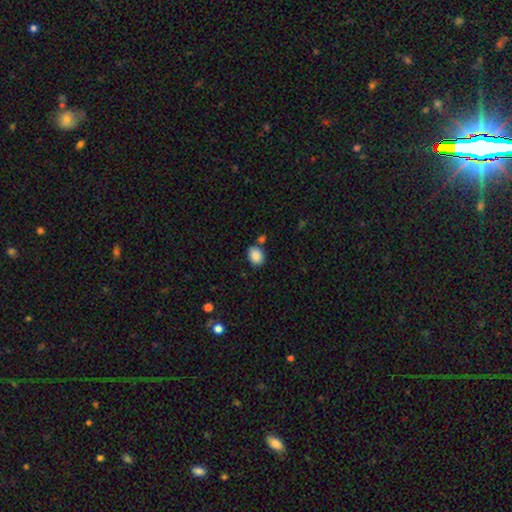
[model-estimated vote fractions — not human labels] smooth_or_featured: smooth (p=0.88) [alt: star or artifact p=0.08]
how_rounded: in between (p=0.66) [alt: round p=0.33]
merging: none (p=0.75) [alt: minor disturbance p=0.14]